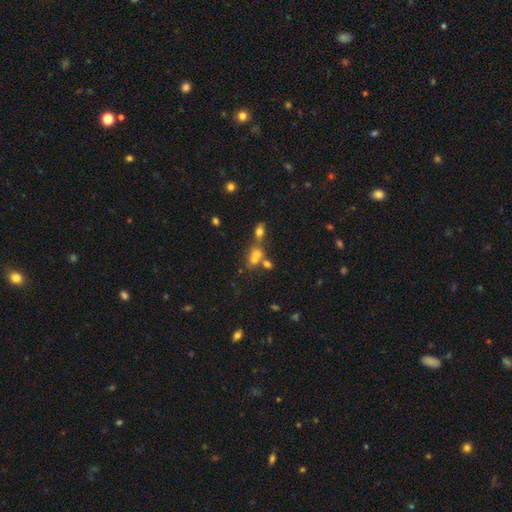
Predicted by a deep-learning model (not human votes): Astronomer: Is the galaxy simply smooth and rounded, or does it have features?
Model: smooth — 51%.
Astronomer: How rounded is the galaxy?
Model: round — 54% (runner-up: in between, 41%).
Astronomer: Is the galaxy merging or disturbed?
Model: merger — 56%.